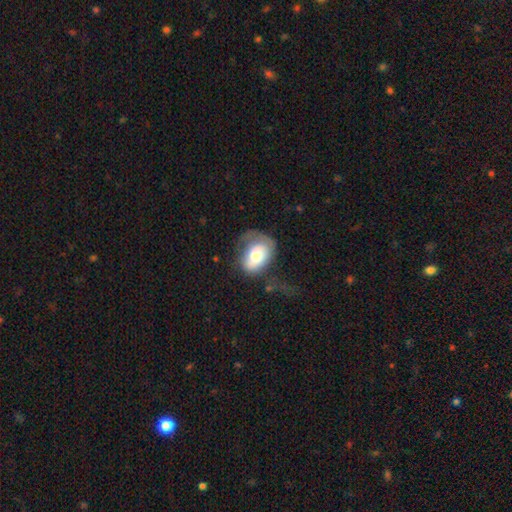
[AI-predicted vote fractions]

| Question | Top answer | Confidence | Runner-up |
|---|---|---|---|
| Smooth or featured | smooth | 61% | featured or disk (32%) |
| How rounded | in between | 72% | round (27%) |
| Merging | major disturbance | 35% | none (33%) |